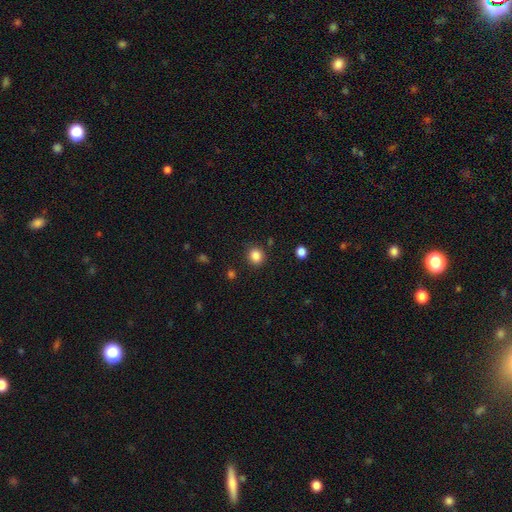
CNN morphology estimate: The model was most divided on "how rounded": round: 84%, in between: 15%, cigar-shaped: 1%. More confident: merging — none (87%); smooth or featured — smooth (85%).